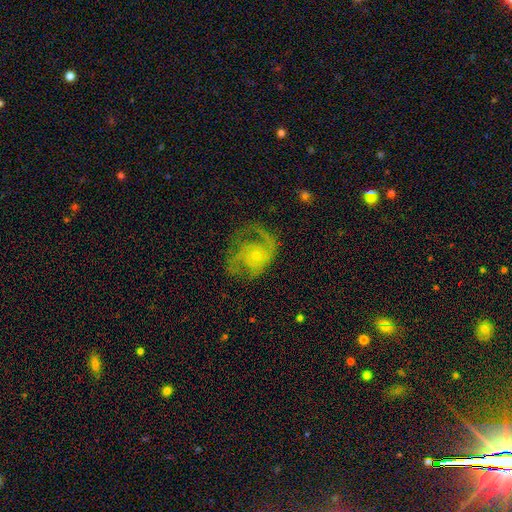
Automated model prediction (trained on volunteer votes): This is clearly a featured or disk galaxy (80%). It is clearly not viewed edge-on (98%). Bar: likely no (76%). Spiral arm pattern: clearly yes (92%). Spiral arm count: possibly 2 (52%). Spiral winding: possibly medium (48%). Central bulge: likely small (73%). Merging: possibly none (53%).